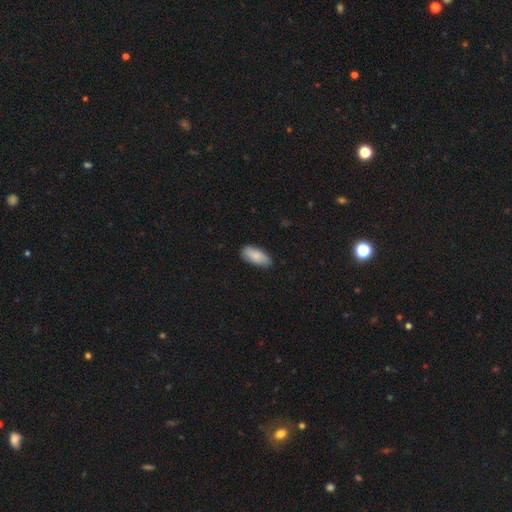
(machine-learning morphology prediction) Smooth or featured?
  - smooth: 84% *
  - featured or disk: 10%
  - star or artifact: 6%
How rounded?
  - in between: 87% *
  - cigar-shaped: 11%
  - round: 2%
Merging?
  - none: 80% *
  - minor disturbance: 16%
  - major disturbance: 2%
  - merger: 1%